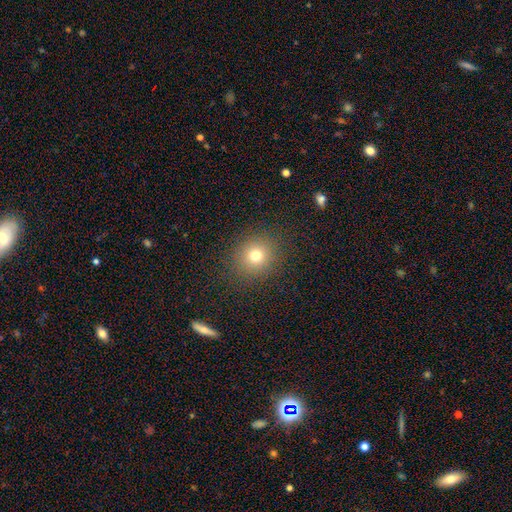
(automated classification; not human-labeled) A smooth galaxy with no disk features (74%) that is round (83%). Merging: none (89%).